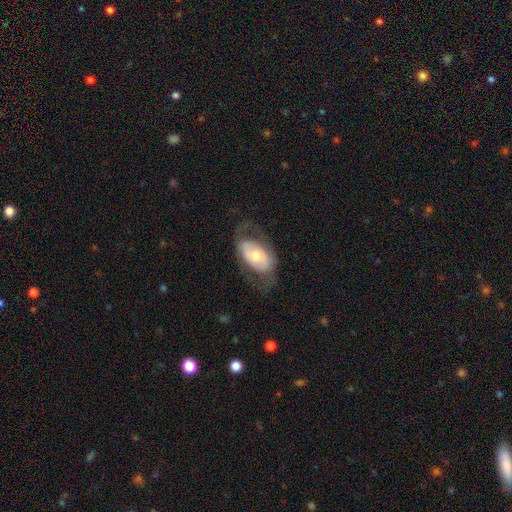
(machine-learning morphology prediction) Smooth or featured? Predicted: featured or disk (p=0.55). Edge-on disk? Predicted: no (p=0.90). Merging? Predicted: none (p=0.63).